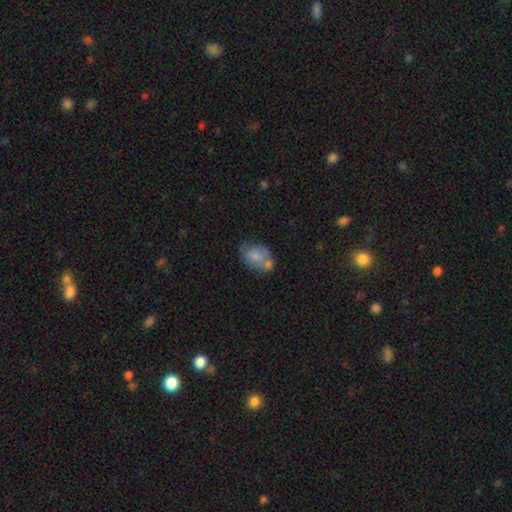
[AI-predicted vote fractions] The model was most divided on "merging": none: 34%, merger: 33%, minor disturbance: 23%, major disturbance: 10%. More confident: how rounded — in between (73%); smooth or featured — smooth (67%).